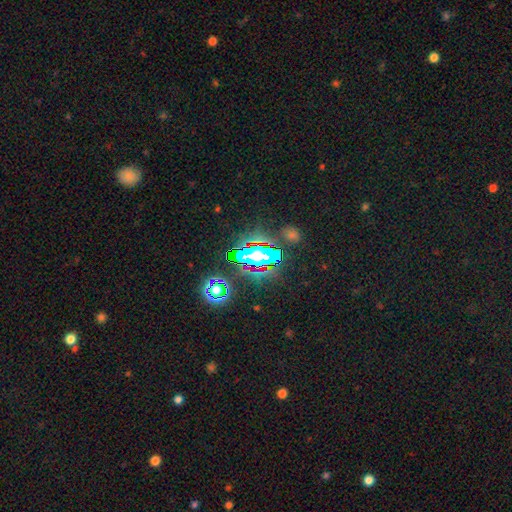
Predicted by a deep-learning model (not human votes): Smooth or featured?
  - star or artifact: 62% *
  - smooth: 24%
  - featured or disk: 14%